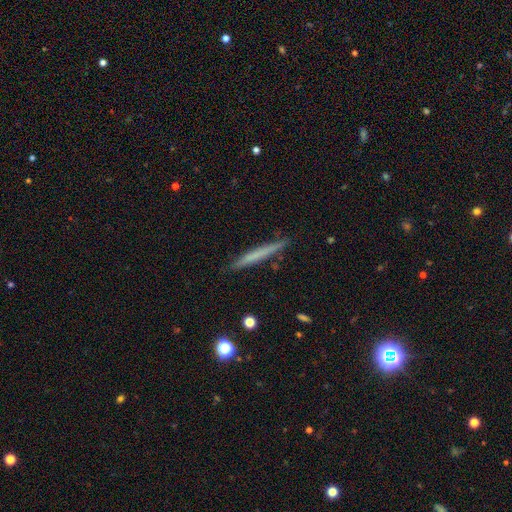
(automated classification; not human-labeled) Smooth or featured? smooth (59%)
How rounded? cigar-shaped (97%)
Merging? none (89%)